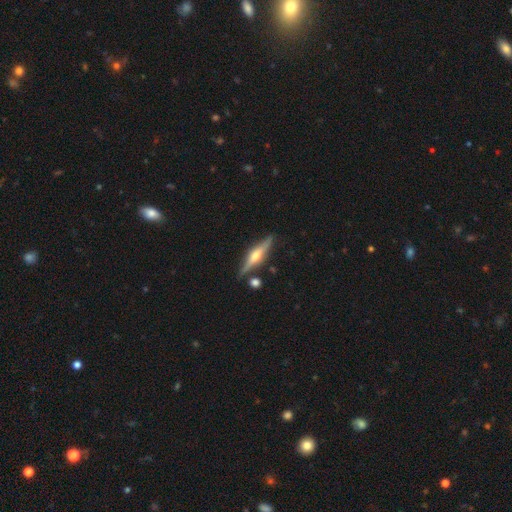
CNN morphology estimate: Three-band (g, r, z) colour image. It shows a featured or disk galaxy (74%) viewed edge-on (97%) with a rounded central bulge (91%). Merging: none (82%).